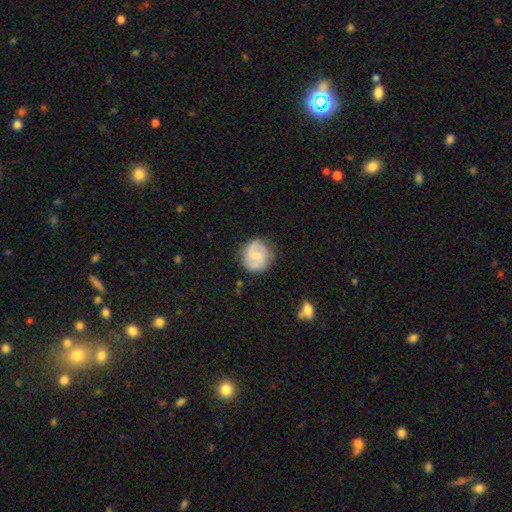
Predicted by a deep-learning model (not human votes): Smooth or featured? featured or disk (60%)
Edge-on disk? no (98%)
Bar? weak (51%)
Spiral arms? yes (90%)
Spiral winding? medium (48%)
Spiral arm count? 2 (83%)
Bulge size? small (50%)
Merging? none (81%)